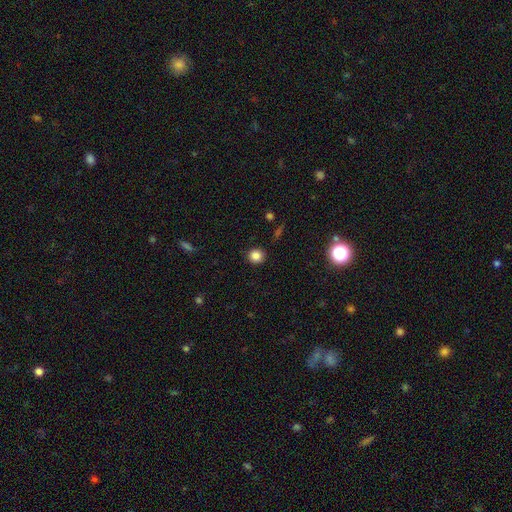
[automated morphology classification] Smooth or featured? smooth (84%)
How rounded? round (90%)
Merging? none (90%)